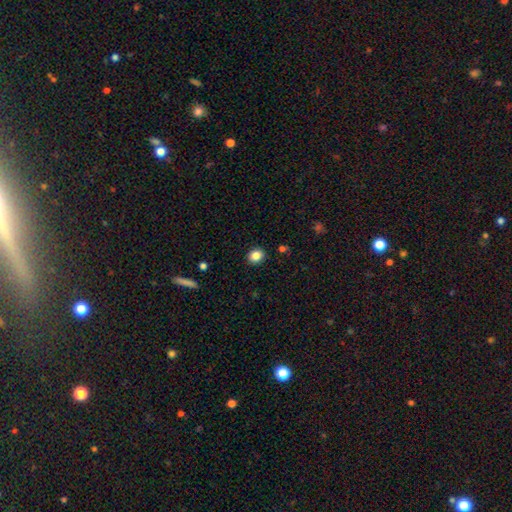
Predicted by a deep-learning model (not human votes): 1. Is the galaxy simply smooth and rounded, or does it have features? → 85% smooth, 10% star or artifact, 5% featured or disk.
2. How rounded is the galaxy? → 65% round, 34% in between, 1% cigar-shaped.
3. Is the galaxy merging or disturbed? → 90% none, 6% minor disturbance, 2% major disturbance, 1% merger.